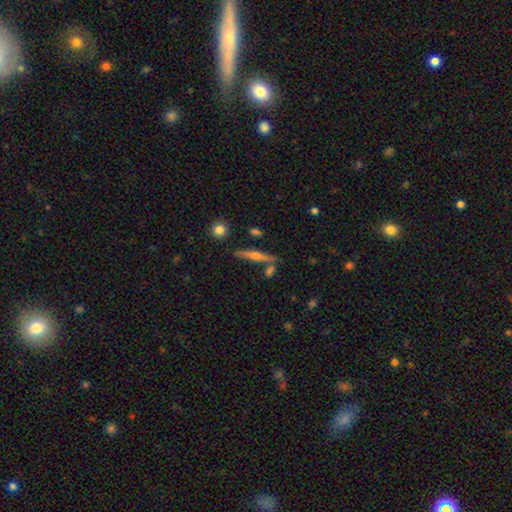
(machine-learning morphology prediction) This appears to be a featured or disk galaxy (64%) viewed edge-on (96%) with a rounded central bulge (87%). Merging: none (79%).